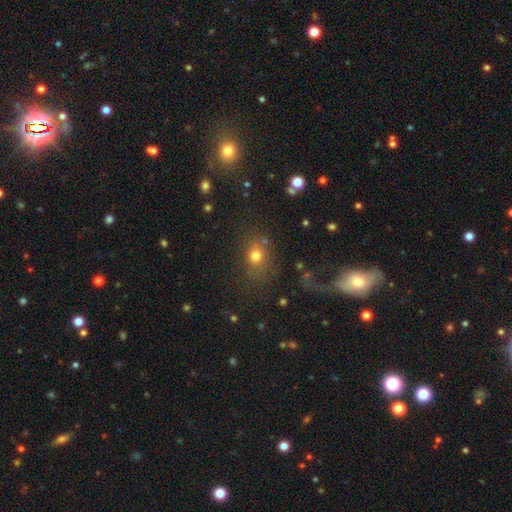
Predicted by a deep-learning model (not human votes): smooth_or_featured: smooth (p=0.71) [alt: star or artifact p=0.17]
how_rounded: round (p=0.58) [alt: in between p=0.40]
merging: none (p=0.65) [alt: minor disturbance p=0.15]